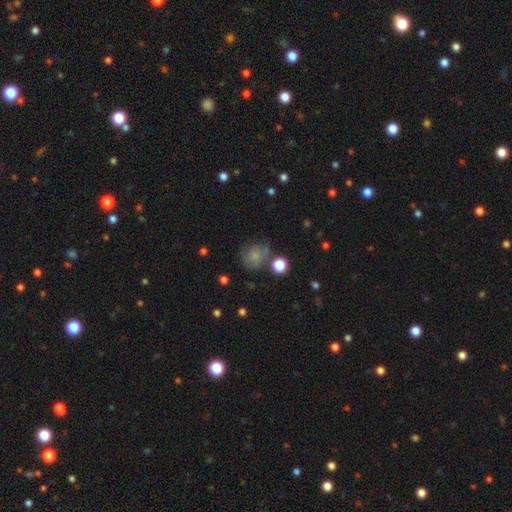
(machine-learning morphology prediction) smooth_or_featured: smooth (p=0.70) [alt: featured or disk p=0.16]
how_rounded: round (p=0.77) [alt: in between p=0.22]
merging: none (p=0.55) [alt: minor disturbance p=0.23]